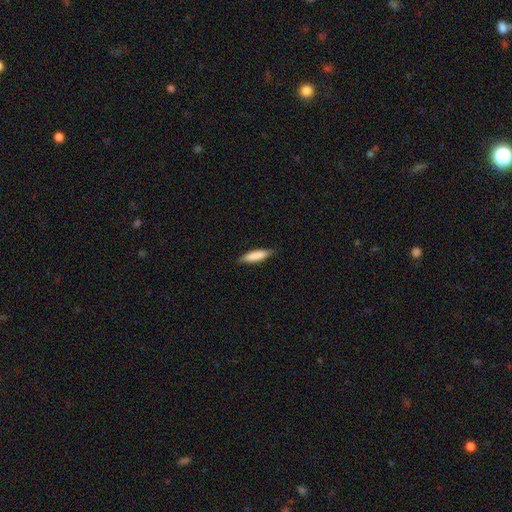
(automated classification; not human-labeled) Smooth or featured? Predicted: smooth (p=0.83). How rounded? Predicted: cigar-shaped (p=0.70). Merging? Predicted: none (p=0.82).